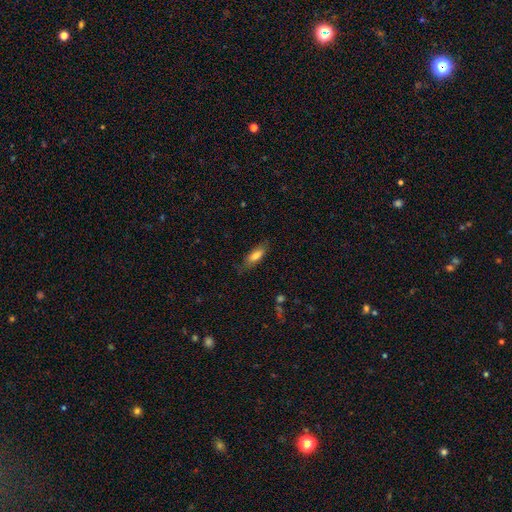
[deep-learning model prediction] smooth_or_featured: smooth (p=0.74) [alt: featured or disk p=0.19]
how_rounded: in between (p=0.63) [alt: cigar-shaped p=0.35]
merging: none (p=0.74) [alt: minor disturbance p=0.19]